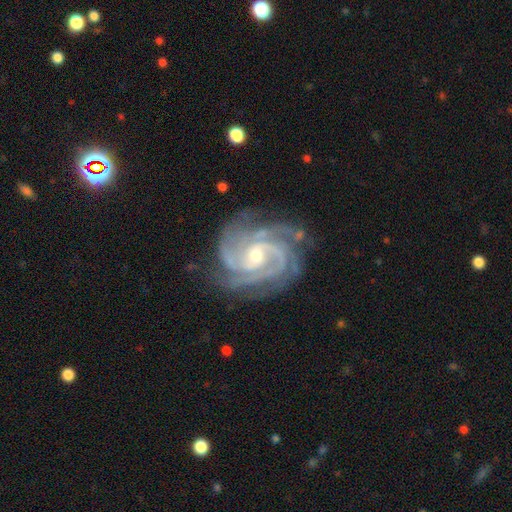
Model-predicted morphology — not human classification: This appears to be a featured or disk galaxy (94%) with no bar (50%), 3 (39%) tight (65%) spiral arms (99%) and a small central bulge (60%). Merging: none (74%).